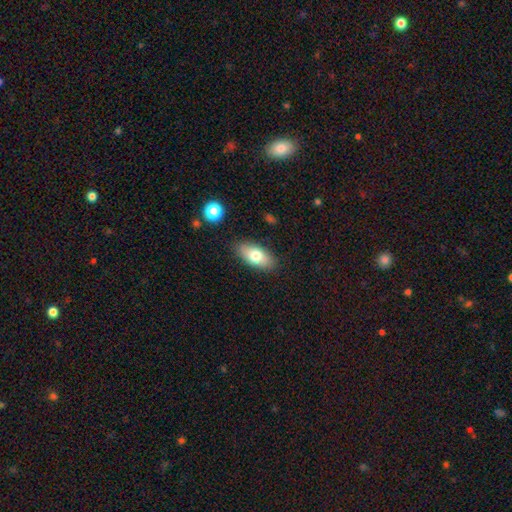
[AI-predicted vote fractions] The model was most divided on "smooth or featured": smooth: 74%, featured or disk: 18%, star or artifact: 7%. More confident: how rounded — in between (89%); merging — none (85%).